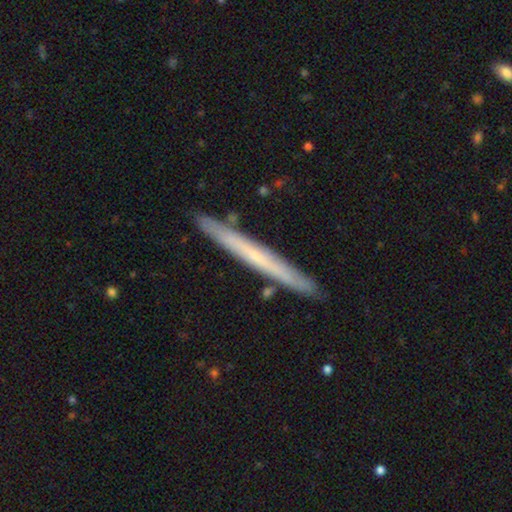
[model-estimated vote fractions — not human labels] smooth_or_featured: featured or disk (p=0.58) [alt: smooth p=0.37]
disk_edge_on: yes (p=0.94) [alt: no p=0.06]
edge_on_bulge: none (p=0.76) [alt: rounded p=0.20]
merging: none (p=0.89) [alt: minor disturbance p=0.08]